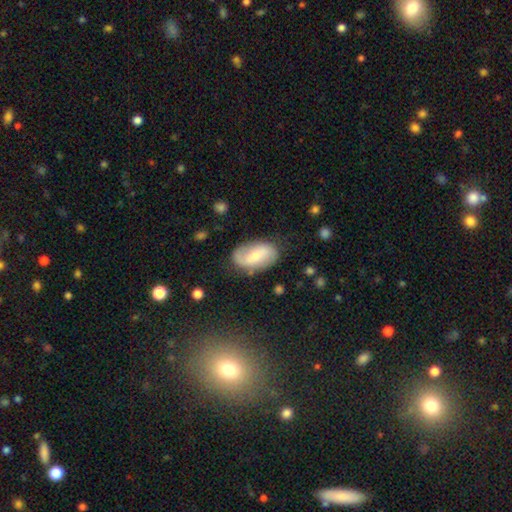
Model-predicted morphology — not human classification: This appears to be a featured or disk galaxy (60%) with a weak bar (43%), spiral arms (85%) and a small central bulge (49%). Merging: none (74%).